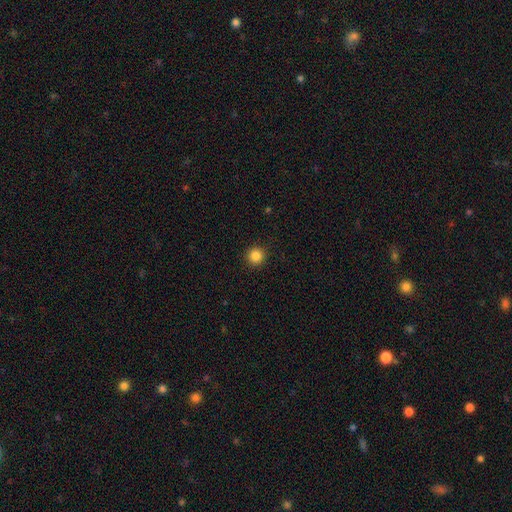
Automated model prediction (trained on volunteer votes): The model was most divided on "smooth or featured": smooth: 85%, star or artifact: 11%, featured or disk: 3%. More confident: how rounded — round (95%); merging — none (92%).